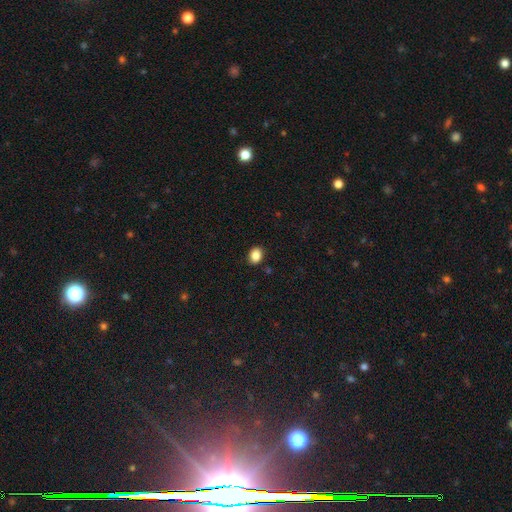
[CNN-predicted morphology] This appears to be a smooth galaxy with no disk features (87%) that is in between round and cigar-shaped (57%). Merging: none (89%).